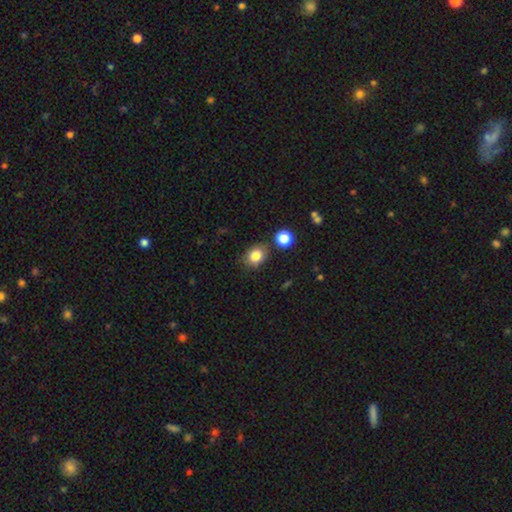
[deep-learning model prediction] Q: Smooth or featured?
A: smooth (83%); runner-up: star or artifact (10%)
Q: How rounded?
A: in between (50%); runner-up: round (49%)
Q: Merging?
A: none (78%); runner-up: minor disturbance (14%)